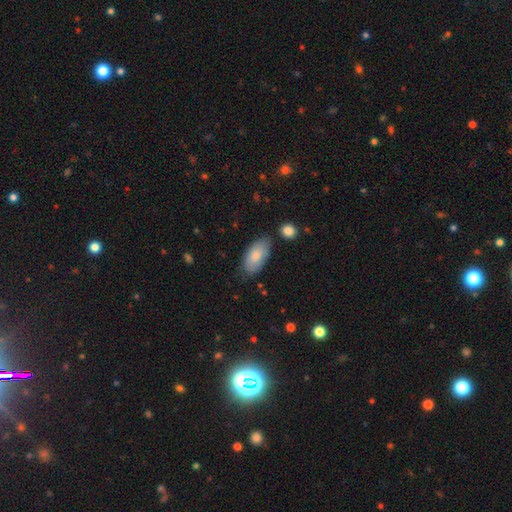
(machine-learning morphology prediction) Smooth or featured? Predicted: smooth (p=0.80). How rounded? Predicted: in between (p=0.94). Merging? Predicted: none (p=0.73).